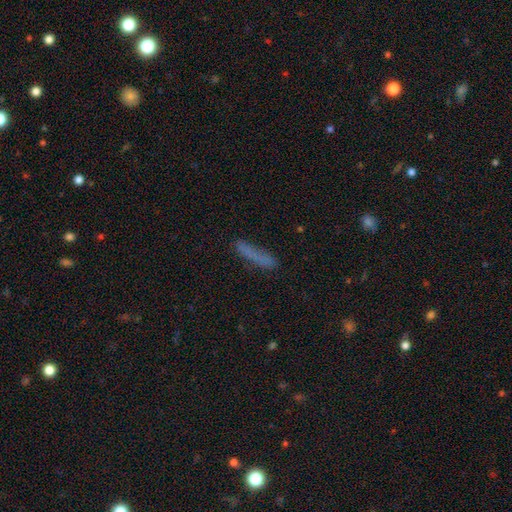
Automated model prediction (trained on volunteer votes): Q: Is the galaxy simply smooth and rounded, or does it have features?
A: smooth — 71%.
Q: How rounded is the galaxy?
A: cigar-shaped — 91%.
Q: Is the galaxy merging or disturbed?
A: none — 79%.